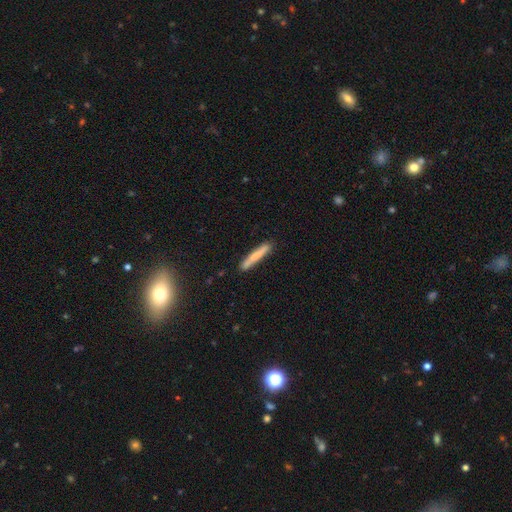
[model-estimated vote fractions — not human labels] A smooth galaxy with no disk features (69%) that is cigar-shaped (95%).

Vote fractions:
- Smooth or featured? smooth: 69% / featured or disk: 25% / star or artifact: 6%
- How rounded? cigar-shaped: 95% / in between: 4% / round: 1%
- Merging? none: 82% / minor disturbance: 12% / merger: 3% / major disturbance: 2%